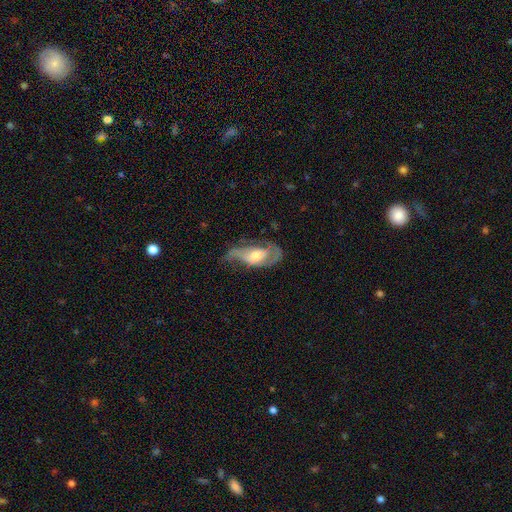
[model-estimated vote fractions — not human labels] Smooth or featured: featured or disk — 69% (smooth — 25%)
Edge-on disk: no — 91% (yes — 9%)
Bar: no — 58% (weak — 31%)
Spiral arms: yes — 79% (no — 21%)
Bulge size: moderate — 64% (small — 22%)
Merging: none — 41% (minor disturbance — 28%)